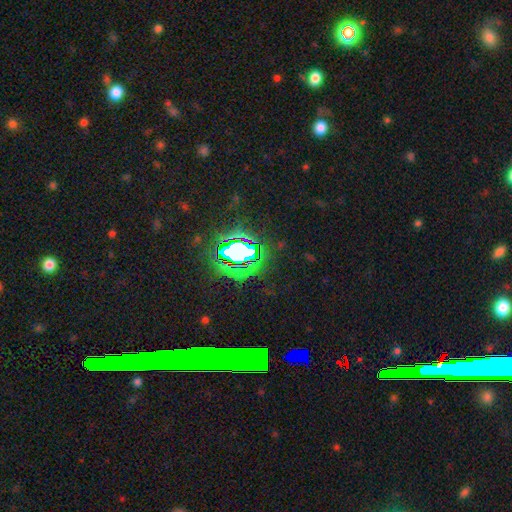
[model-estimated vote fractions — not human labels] Smooth or featured? Predicted: star or artifact (p=0.71).